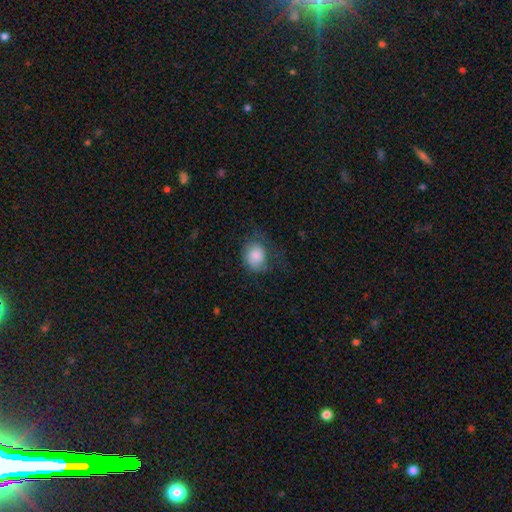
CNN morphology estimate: A smooth galaxy with no disk features (78%) that is round (61%).

Vote fractions:
- Smooth or featured? smooth: 78% / featured or disk: 15% / star or artifact: 7%
- How rounded? round: 61% / in between: 38% / cigar-shaped: 1%
- Merging? none: 45% / minor disturbance: 28% / major disturbance: 26% / merger: 2%